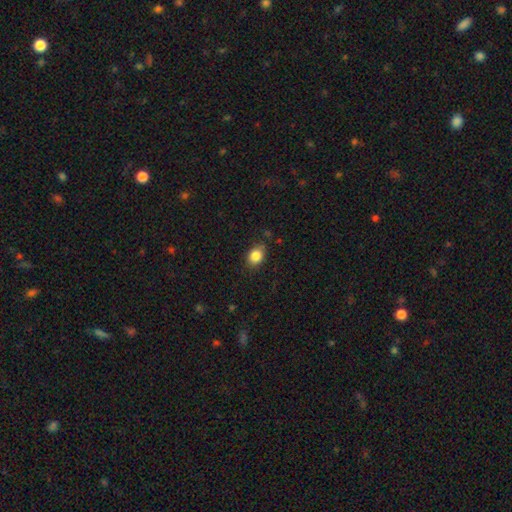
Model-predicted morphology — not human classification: A smooth galaxy with no disk features (85%) that is in between round and cigar-shaped (56%). Merging: none (80%).